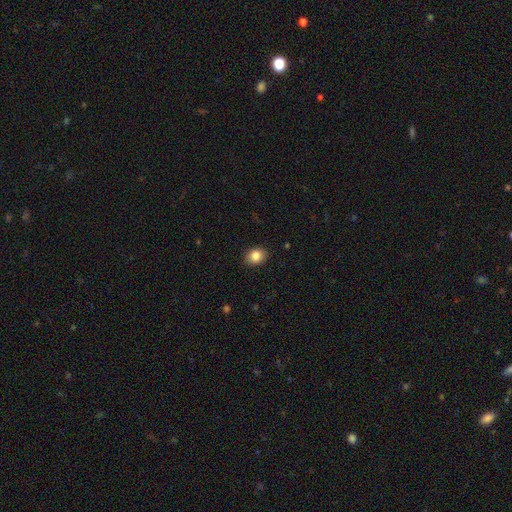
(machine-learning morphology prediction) Smooth or featured? smooth (84%)
How rounded? in between (52%)
Merging? none (89%)